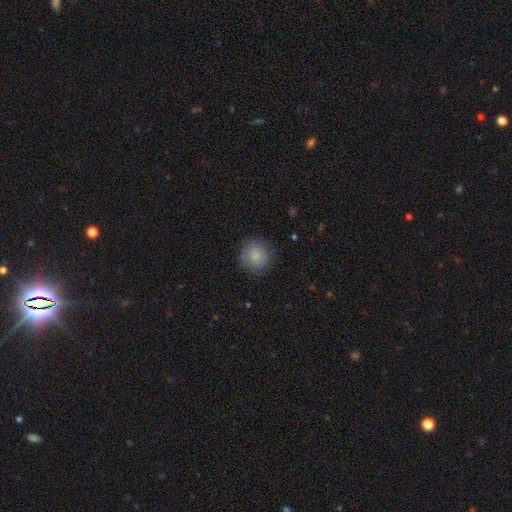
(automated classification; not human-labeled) A smooth galaxy with no disk features (84%) that is round (91%). Merging: none (83%).